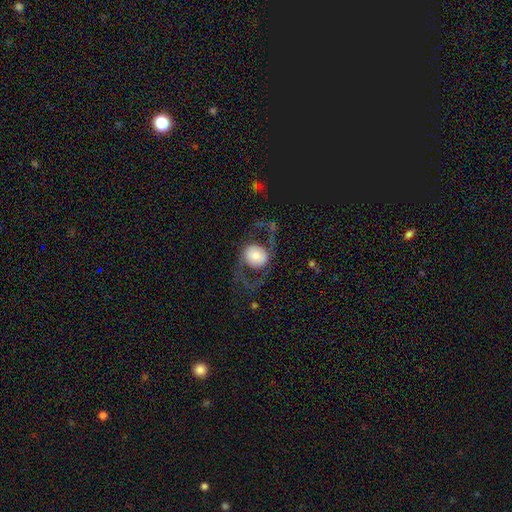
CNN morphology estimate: smooth-or-featured: featured or disk: 60% | smooth: 34% | star or artifact: 7%
  disk-edge-on: no: 93% | yes: 7%
    bar: no: 66% | weak: 22% | strong: 12%
    has-spiral-arms: yes: 70% | no: 30%
    bulge-size: moderate: 36% | small: 26% | large: 22% | dominant: 14% | none: 2%
  merging: none: 57% | major disturbance: 27% | minor disturbance: 13% | merger: 2%